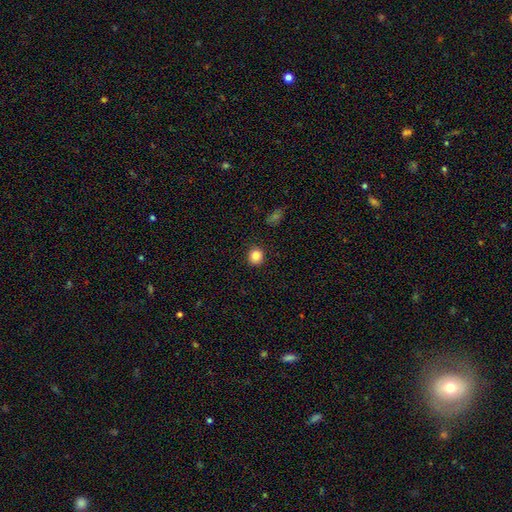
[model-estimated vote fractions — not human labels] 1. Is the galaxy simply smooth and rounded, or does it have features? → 85% smooth, 10% star or artifact, 5% featured or disk.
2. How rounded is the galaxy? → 89% round, 10% in between, 1% cigar-shaped.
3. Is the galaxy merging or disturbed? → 91% none, 6% minor disturbance, 2% major disturbance, 1% merger.